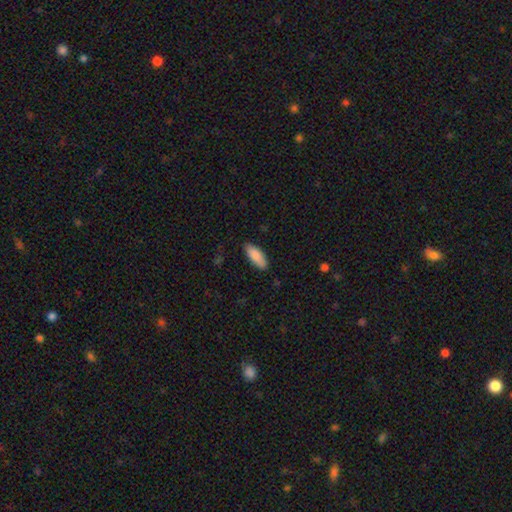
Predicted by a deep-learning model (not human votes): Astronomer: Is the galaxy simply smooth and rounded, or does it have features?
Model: smooth — 88%.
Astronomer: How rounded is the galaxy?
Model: in between — 75%.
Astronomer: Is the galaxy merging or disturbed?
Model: none — 85%.